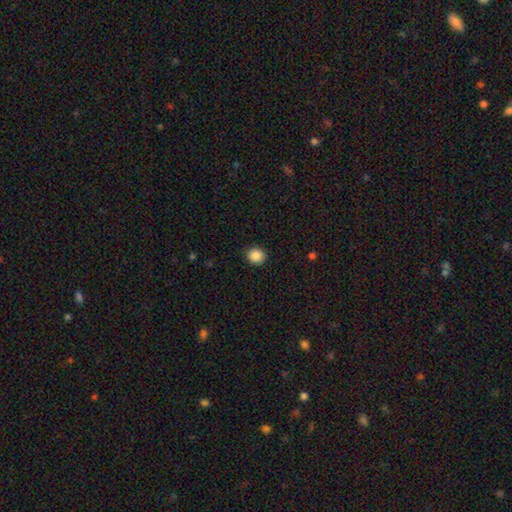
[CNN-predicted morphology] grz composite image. It shows a smooth galaxy with no disk features (87%) that is round (85%). Merging: none (92%).